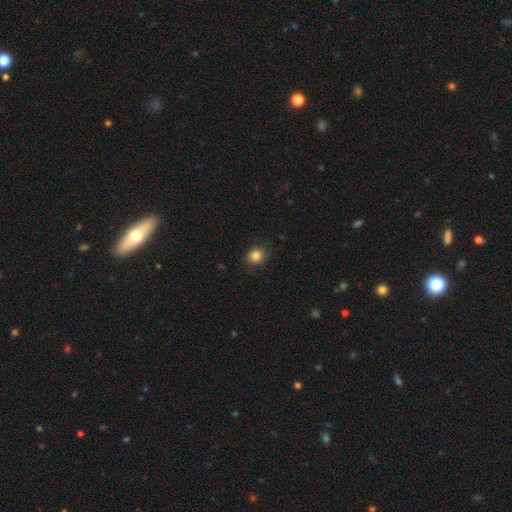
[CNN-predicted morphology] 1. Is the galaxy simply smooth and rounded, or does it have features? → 84% smooth, 11% star or artifact, 5% featured or disk.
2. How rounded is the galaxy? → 68% round, 32% in between, 1% cigar-shaped.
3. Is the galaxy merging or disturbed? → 85% none, 11% minor disturbance, 3% major disturbance, 1% merger.